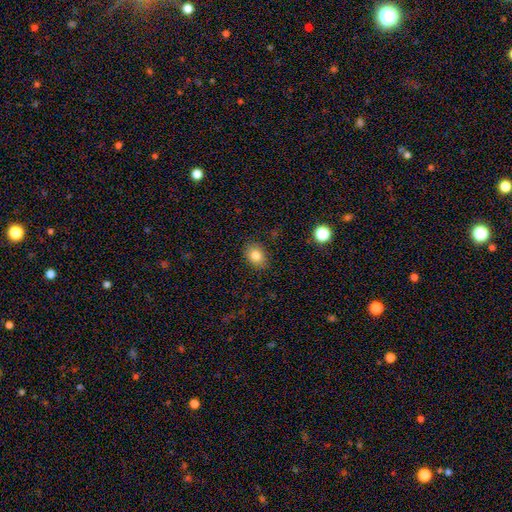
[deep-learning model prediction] Morphology: type=smooth (83%); roundness=in between (65%); merging=none (87%).